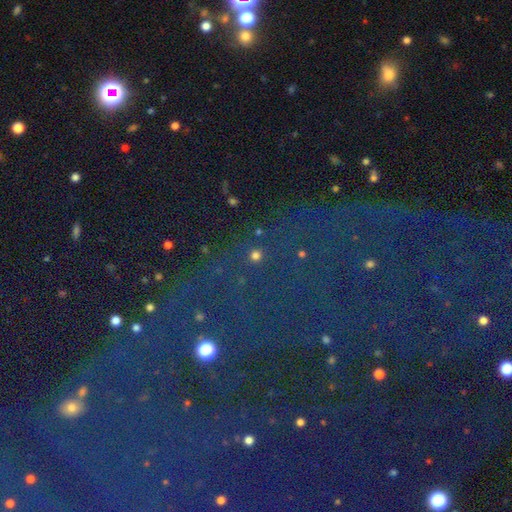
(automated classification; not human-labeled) This appears to be a smooth galaxy with no disk features (50%) that is round (88%). Merging: none (82%).